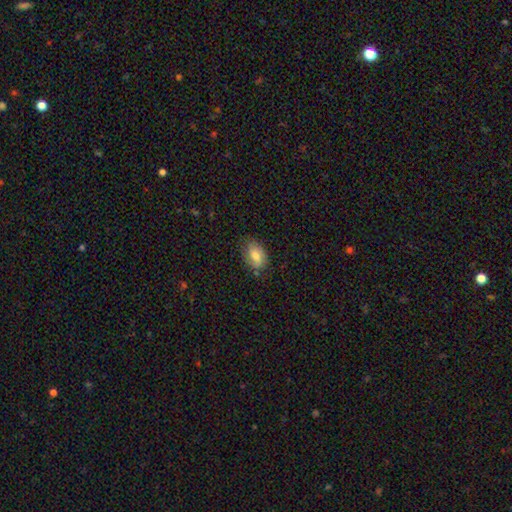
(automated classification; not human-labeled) Overall: smooth (72%). How rounded: in between (86%). Merging: none (72%).